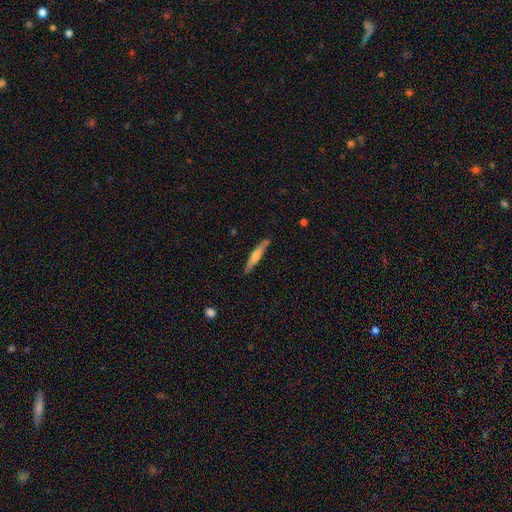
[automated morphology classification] A featured or disk galaxy (52%) viewed edge-on (95%) with a rounded central bulge (76%). Merging: none (87%).